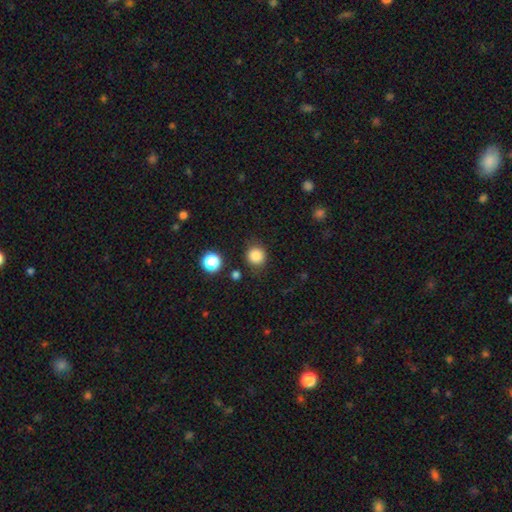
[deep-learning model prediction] smooth 84%, star or artifact 12%, featured or disk 4%. Down the decision tree: how rounded — round (90%); merging — none (83%).